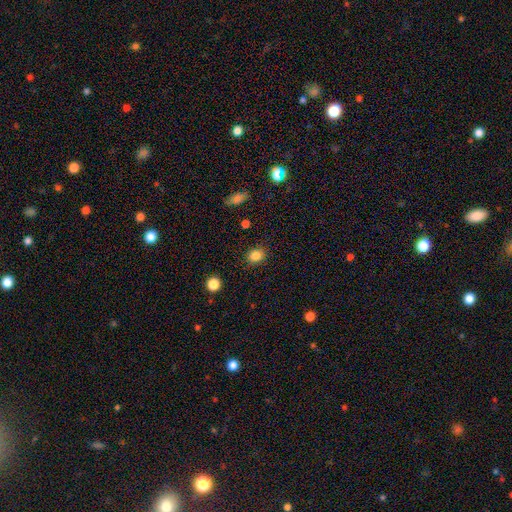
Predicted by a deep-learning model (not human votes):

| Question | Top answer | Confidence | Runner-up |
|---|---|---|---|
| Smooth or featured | smooth | 84% | star or artifact (11%) |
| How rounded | round | 64% | in between (35%) |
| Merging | none | 88% | minor disturbance (8%) |